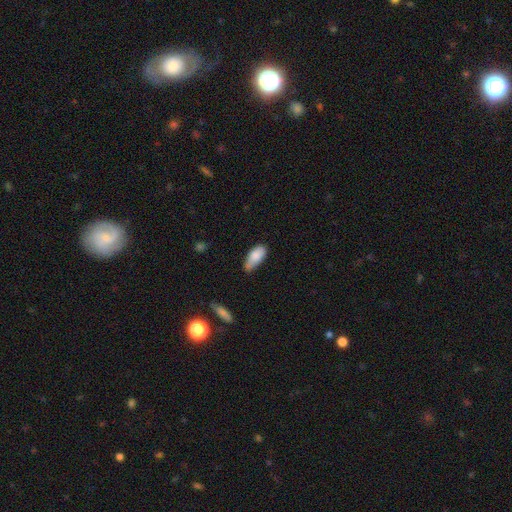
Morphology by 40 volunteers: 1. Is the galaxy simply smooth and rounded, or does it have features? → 88% smooth, 10% featured or disk, 2% star or artifact.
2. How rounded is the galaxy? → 86% in between, 11% cigar-shaped, 3% round.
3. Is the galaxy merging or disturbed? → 49% minor disturbance, 38% none, 8% major disturbance, 5% merger.